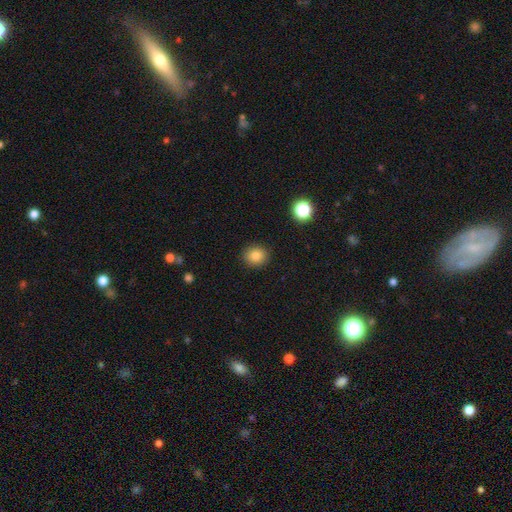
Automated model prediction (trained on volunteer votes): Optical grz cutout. It shows a smooth galaxy with no disk features (84%) that is round (84%). Merging: none (91%).